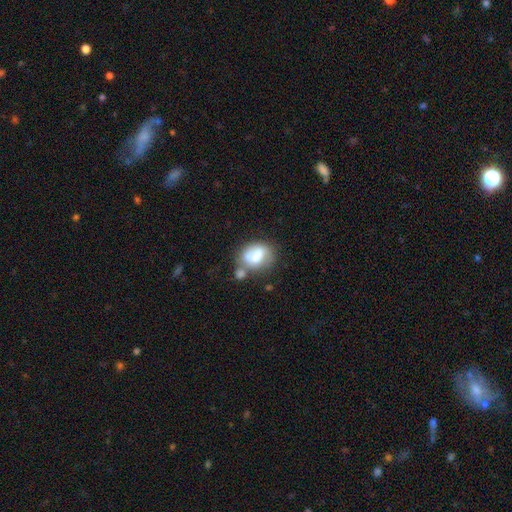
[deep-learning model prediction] Overall: smooth (58%; featured or disk 34%). How rounded: in between (59%; round 40%). Merging: none (35%; merger 32%).